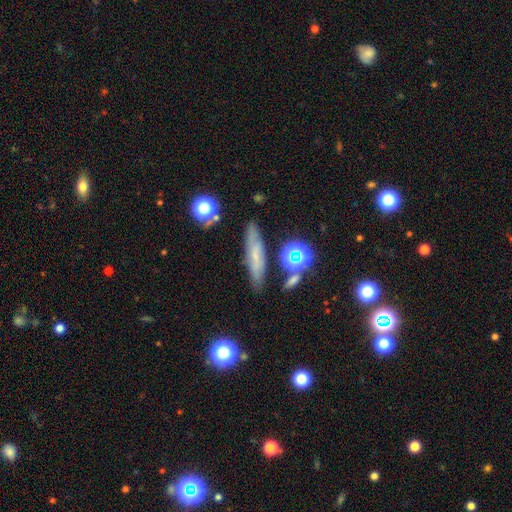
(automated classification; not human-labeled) The model was most divided on "smooth or featured": smooth: 52%, featured or disk: 34%, star or artifact: 14%. More confident: merging — none (79%); how rounded — cigar-shaped (78%).